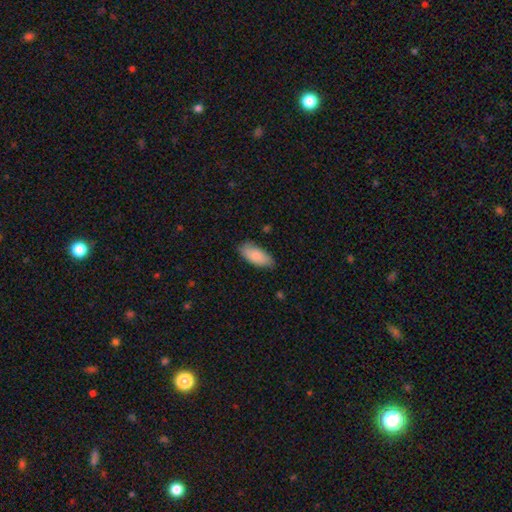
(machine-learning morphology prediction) smooth_or_featured: smooth (p=0.81) [alt: featured or disk p=0.13]
how_rounded: in between (p=0.86) [alt: cigar-shaped p=0.12]
merging: none (p=0.80) [alt: minor disturbance p=0.16]